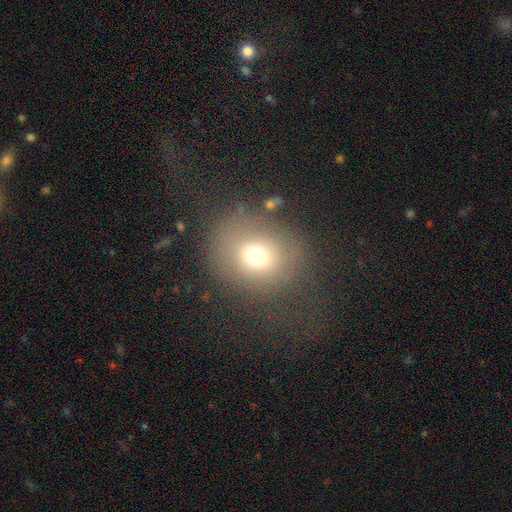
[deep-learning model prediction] Q: Smooth or featured?
A: smooth (70%); runner-up: star or artifact (16%)
Q: How rounded?
A: round (71%); runner-up: in between (28%)
Q: Merging?
A: none (68%); runner-up: minor disturbance (15%)